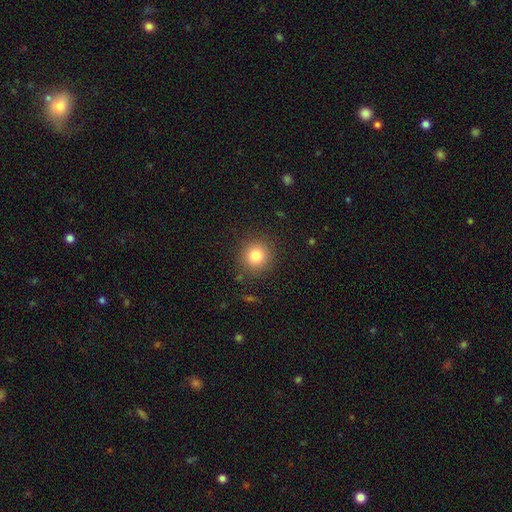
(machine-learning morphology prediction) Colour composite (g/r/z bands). It shows a smooth galaxy with no disk features (81%) that is round (93%). Merging: none (89%).